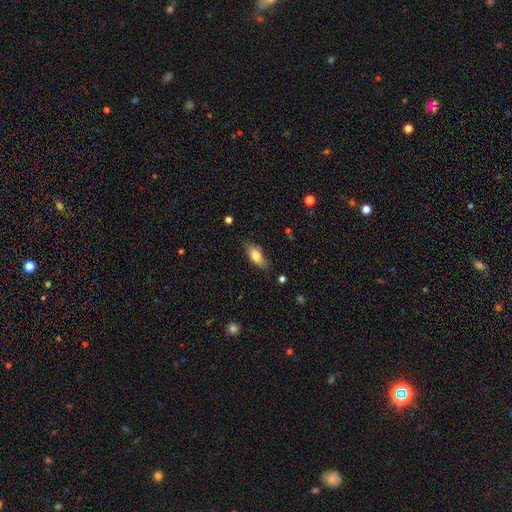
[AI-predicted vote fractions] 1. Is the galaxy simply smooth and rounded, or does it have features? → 74% smooth, 18% featured or disk, 7% star or artifact.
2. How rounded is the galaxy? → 78% in between, 18% cigar-shaped, 4% round.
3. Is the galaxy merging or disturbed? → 77% none, 18% minor disturbance, 4% major disturbance, 1% merger.